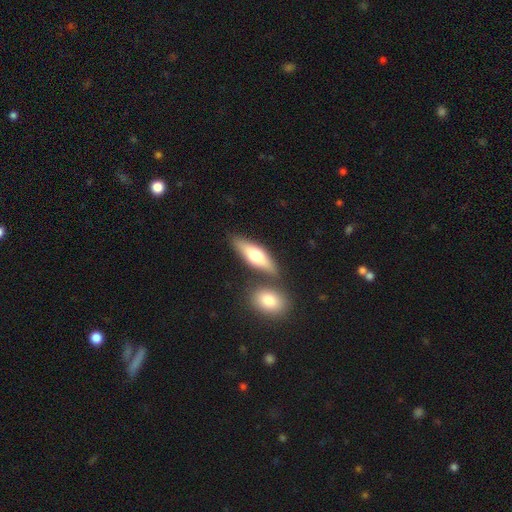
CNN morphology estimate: This appears to be a smooth galaxy with no disk features (59%) that is in between round and cigar-shaped (52%). Merging: none (69%).